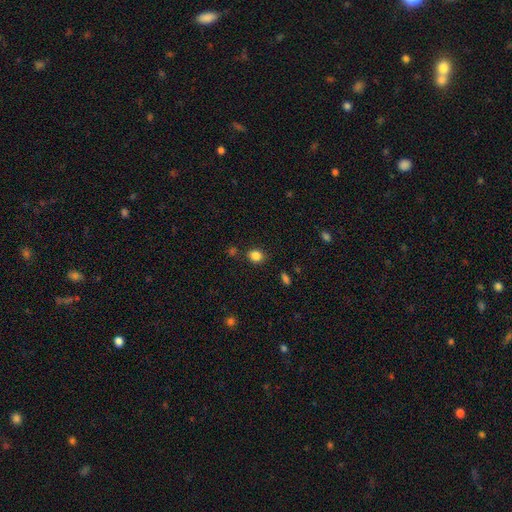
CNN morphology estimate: Smooth or featured? smooth (84%)
How rounded? round (71%)
Merging? none (84%)